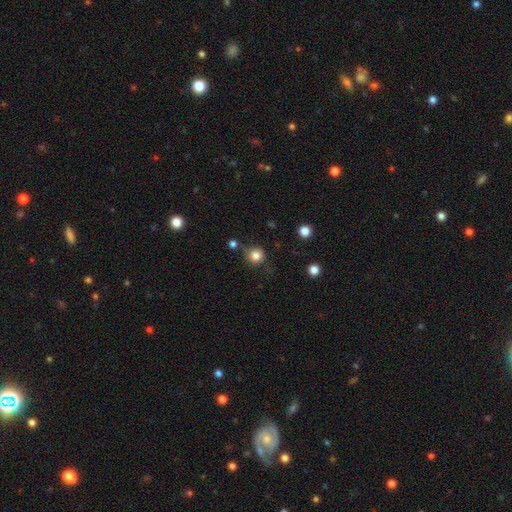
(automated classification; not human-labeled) Smooth or featured? Predicted: smooth (p=0.82). How rounded? Predicted: round (p=0.93). Merging? Predicted: none (p=0.79).